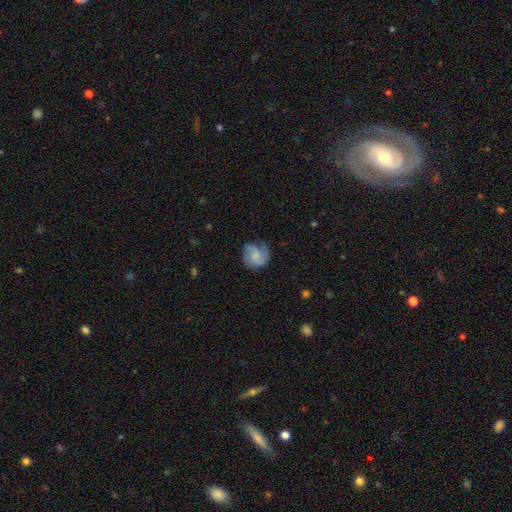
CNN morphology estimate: A featured or disk galaxy (53%) with no bar (65%), spiral arms (90%) and no central bulge (37%). Merging: none (65%).